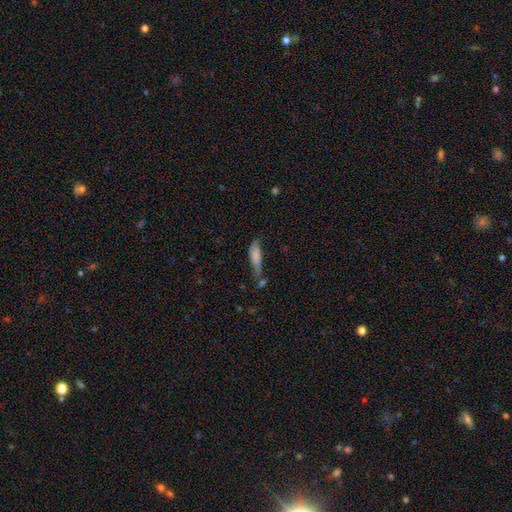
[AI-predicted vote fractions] smooth 74%, featured or disk 18%, star or artifact 8%. Down the decision tree: how rounded — cigar-shaped (52%); merging — none (36%).